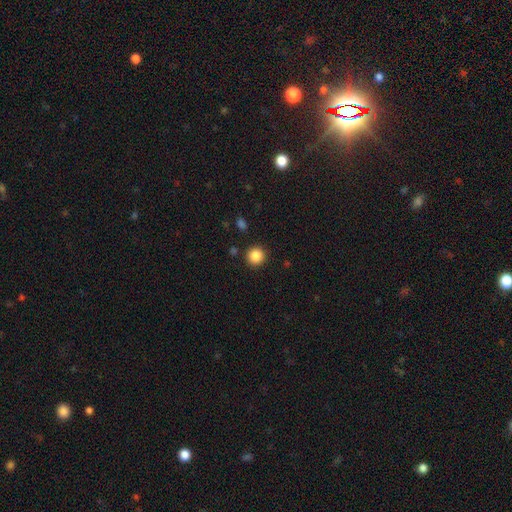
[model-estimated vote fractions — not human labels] This appears to be a smooth galaxy with no disk features (86%) that is round (93%). Merging: none (90%).